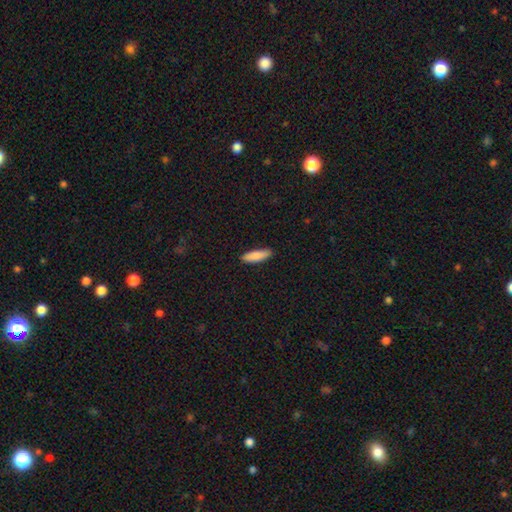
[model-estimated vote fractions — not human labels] This appears to be a smooth galaxy with no disk features (88%) that is cigar-shaped (54%). Merging: none (89%).